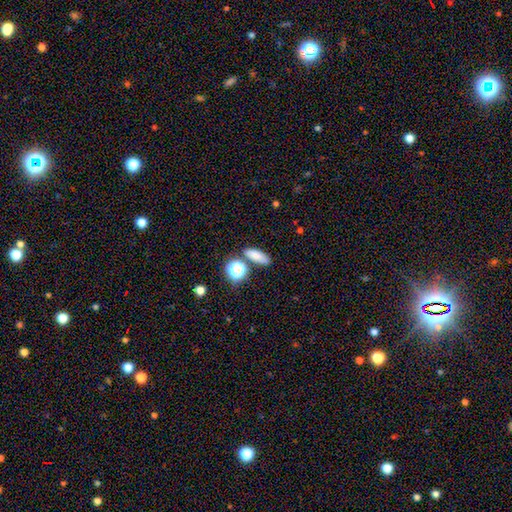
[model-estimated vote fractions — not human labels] A smooth galaxy with no disk features (78%) that is in between round and cigar-shaped (60%).

Vote fractions:
- Smooth or featured? smooth: 78% / star or artifact: 14% / featured or disk: 9%
- How rounded? in between: 60% / cigar-shaped: 24% / round: 16%
- Merging? none: 75% / minor disturbance: 11% / merger: 10% / major disturbance: 3%